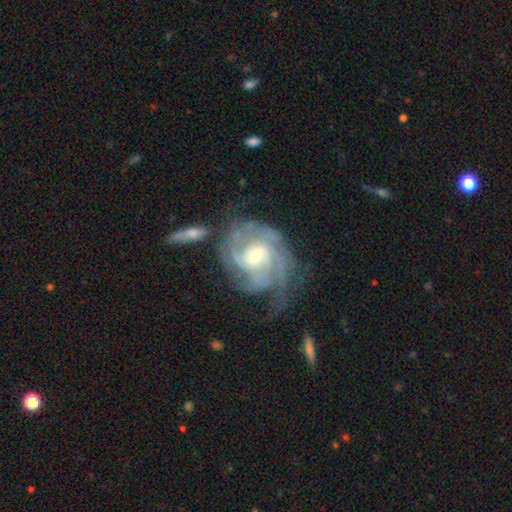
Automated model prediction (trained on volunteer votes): A featured or disk galaxy (88%) with no bar (50%), tight (65%) spiral arms (96%) and a small central bulge (52%).

Vote fractions:
- Smooth or featured? featured or disk: 88% / smooth: 6% / star or artifact: 6%
- Edge-on disk? no: 97% / yes: 3%
- Bar? no: 50% / weak: 39% / strong: 10%
- Spiral arms? yes: 96% / no: 4%
- Spiral winding? tight: 65% / medium: 29% / loose: 6%
- Spiral arm count? can't tell: 30% / 3: 24% / 4: 19% / 2: 15% / more than 4: 6% / 1: 5%
- Bulge size? small: 52% / moderate: 44% / large: 2% / none: 1% / dominant: 1%
- Merging? none: 55% / minor disturbance: 22% / major disturbance: 17% / merger: 6%